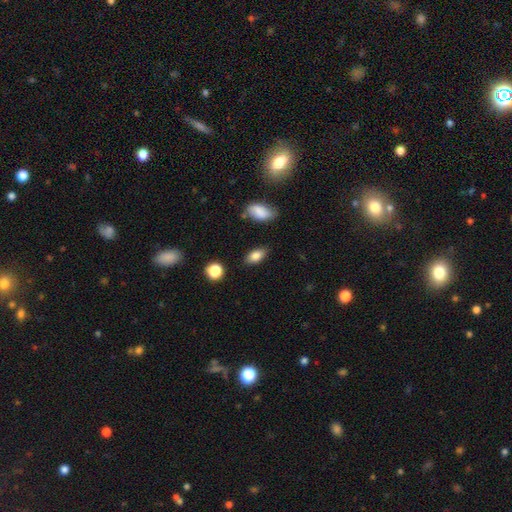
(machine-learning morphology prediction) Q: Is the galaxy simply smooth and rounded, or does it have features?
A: smooth — 82%.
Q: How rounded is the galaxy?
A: in between — 88%.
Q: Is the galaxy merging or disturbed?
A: none — 81%.